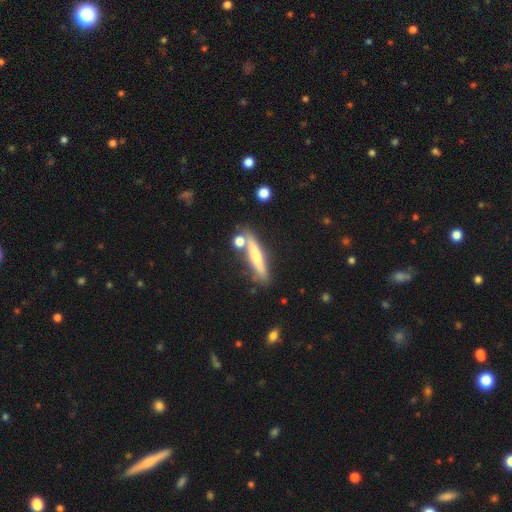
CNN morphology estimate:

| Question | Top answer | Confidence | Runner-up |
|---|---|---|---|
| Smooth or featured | smooth | 59% | featured or disk (34%) |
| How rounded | cigar-shaped | 88% | in between (10%) |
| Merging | none | 71% | minor disturbance (13%) |